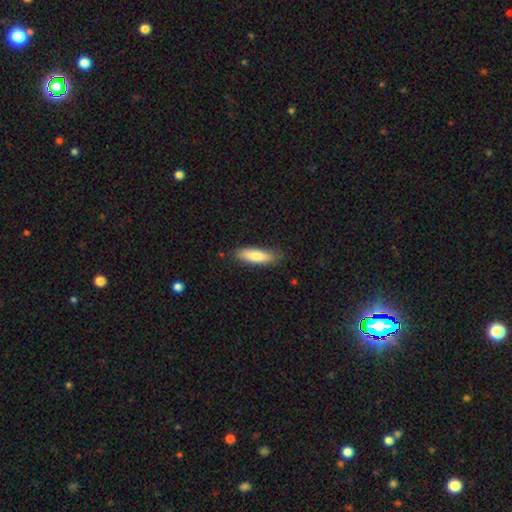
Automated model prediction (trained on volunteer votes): Q: Smooth or featured?
A: smooth (77%); runner-up: featured or disk (17%)
Q: How rounded?
A: cigar-shaped (51%); runner-up: in between (47%)
Q: Merging?
A: none (83%); runner-up: minor disturbance (14%)